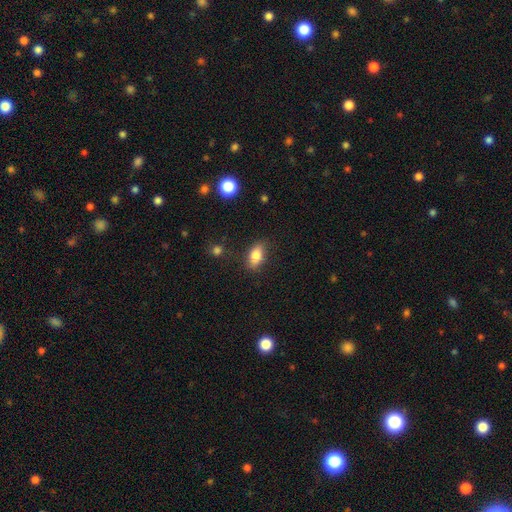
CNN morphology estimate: A smooth galaxy with no disk features (80%) that is in between round and cigar-shaped (85%). Merging: none (81%).